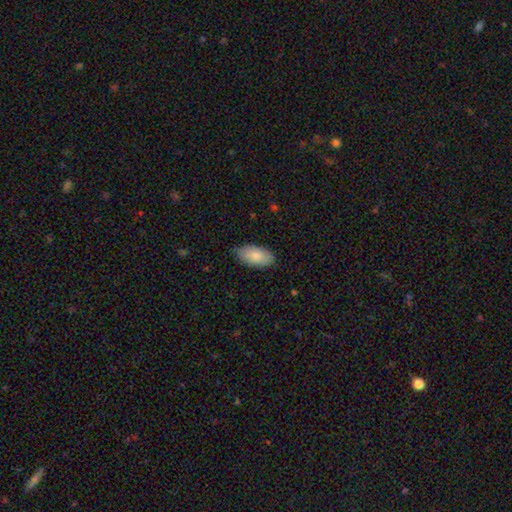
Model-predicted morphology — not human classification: Smooth or featured? smooth (83%)
How rounded? in between (94%)
Merging? none (79%)